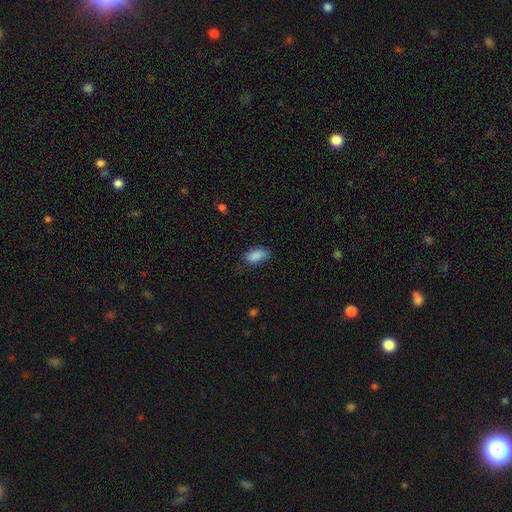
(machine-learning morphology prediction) Smooth or featured? Predicted: smooth (p=0.87). How rounded? Predicted: in between (p=0.91). Merging? Predicted: none (p=0.69).